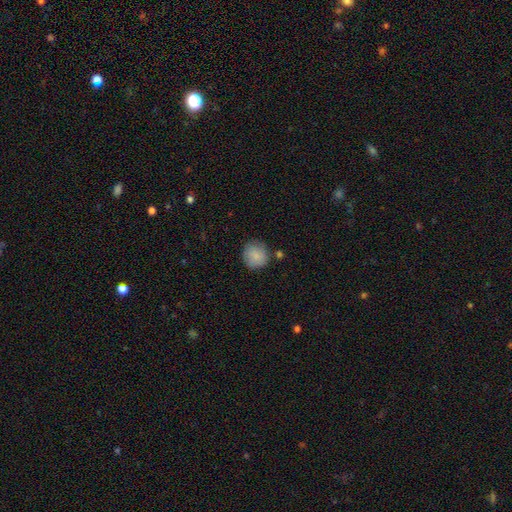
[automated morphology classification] type=smooth (86%); roundness=round (91%); merging=none (79%).